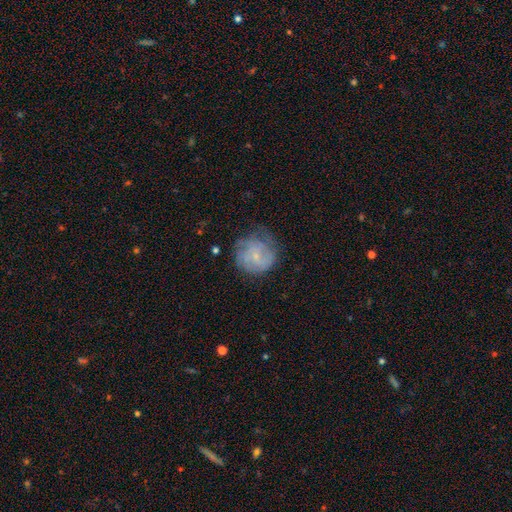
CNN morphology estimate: Smooth or featured? Predicted: featured or disk (p=0.55). Edge-on disk? Predicted: no (p=0.98). Bar? Predicted: no (p=0.75). Spiral arms? Predicted: yes (p=0.74). Bulge size? Predicted: small (p=0.75). Merging? Predicted: none (p=0.57).